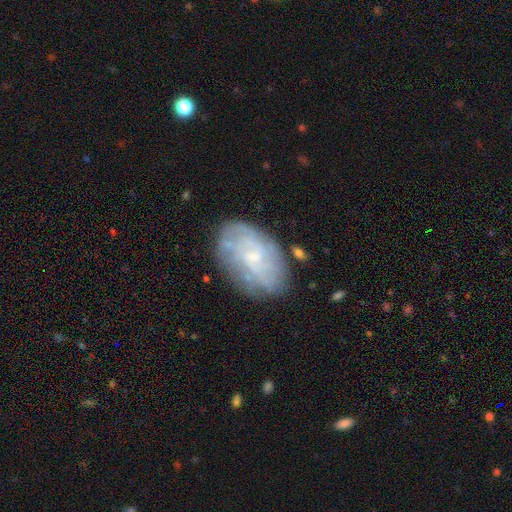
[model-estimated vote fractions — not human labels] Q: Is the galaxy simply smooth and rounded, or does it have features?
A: featured or disk — 56%.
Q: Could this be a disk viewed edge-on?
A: no — 95%.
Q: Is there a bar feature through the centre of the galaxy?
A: no — 70%.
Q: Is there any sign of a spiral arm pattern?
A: yes — 73%.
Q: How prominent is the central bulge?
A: small — 65%.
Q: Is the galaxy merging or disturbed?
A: none — 76%.